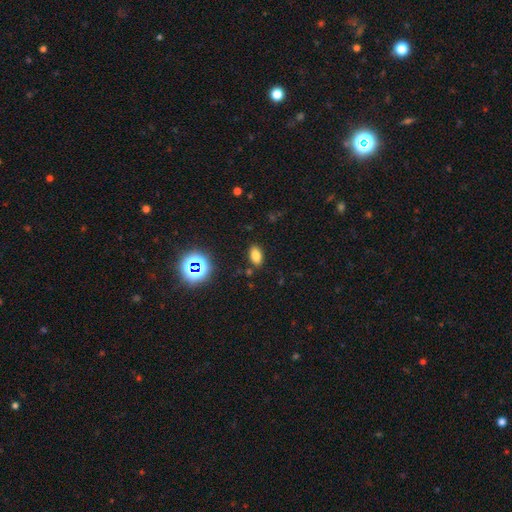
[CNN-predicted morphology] A smooth galaxy with no disk features (75%) that is in between round and cigar-shaped (90%).

Vote fractions:
- Smooth or featured? smooth: 75% / star or artifact: 17% / featured or disk: 8%
- How rounded? in between: 90% / round: 7% / cigar-shaped: 3%
- Merging? none: 86% / minor disturbance: 9% / major disturbance: 3% / merger: 2%